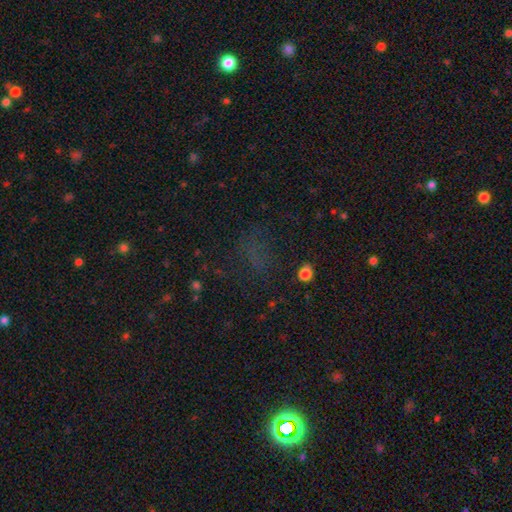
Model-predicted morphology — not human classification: A star or artifact, not a galaxy (50%).

Vote fractions:
- Smooth or featured? star or artifact: 50% / smooth: 36% / featured or disk: 14%